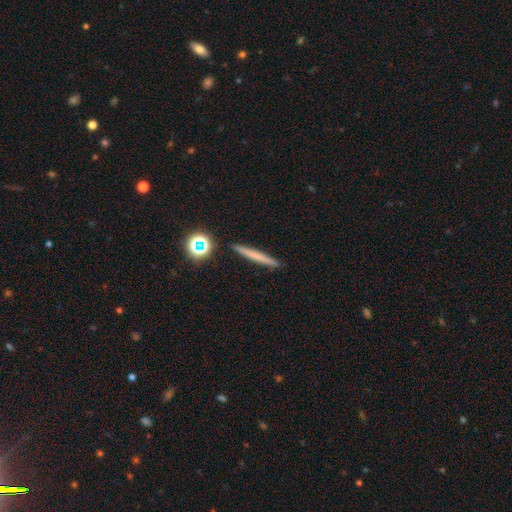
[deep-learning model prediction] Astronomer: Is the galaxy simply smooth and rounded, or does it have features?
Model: smooth — 60%.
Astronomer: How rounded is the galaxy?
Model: cigar-shaped — 95%.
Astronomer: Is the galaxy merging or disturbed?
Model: none — 91%.